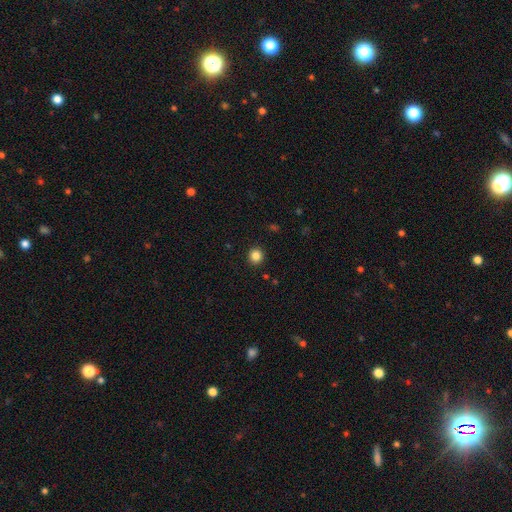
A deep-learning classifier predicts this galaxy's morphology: This appears to be a smooth galaxy with no disk features (85%) that is round (94%). Merging: none (92%).